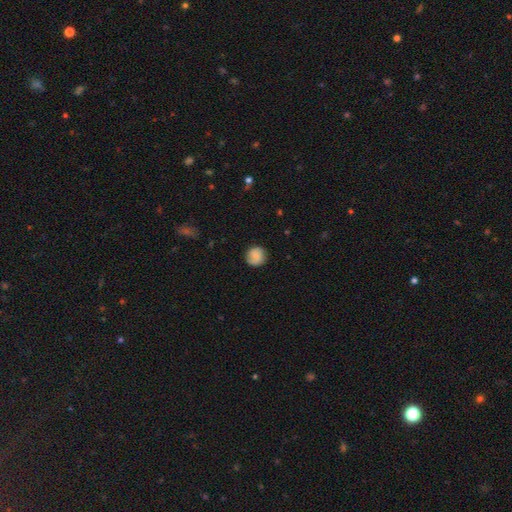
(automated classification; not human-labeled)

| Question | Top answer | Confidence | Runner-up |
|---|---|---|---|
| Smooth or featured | smooth | 77% | featured or disk (15%) |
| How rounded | round | 89% | in between (10%) |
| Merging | none | 83% | minor disturbance (13%) |